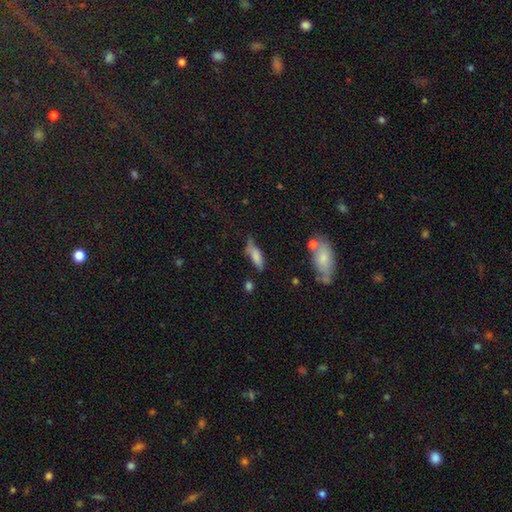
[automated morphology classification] Smooth or featured?
  - smooth: 72% *
  - featured or disk: 20%
  - star or artifact: 9%
How rounded?
  - in between: 54% *
  - cigar-shaped: 43%
  - round: 3%
Merging?
  - none: 45% *
  - minor disturbance: 33%
  - major disturbance: 14%
  - merger: 8%